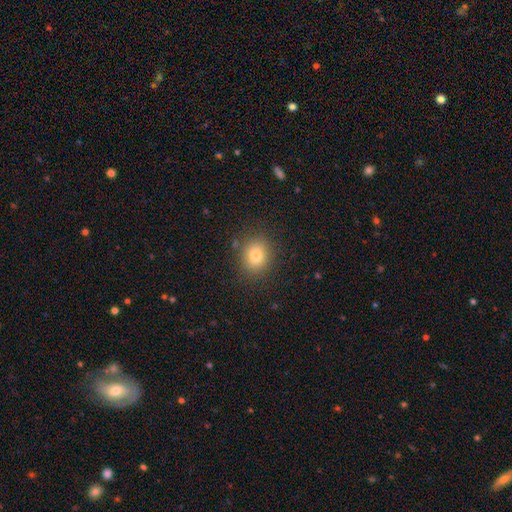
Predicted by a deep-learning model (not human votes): smooth 79%, star or artifact 12%, featured or disk 9%. Down the decision tree: how rounded — round (67%); merging — none (86%).